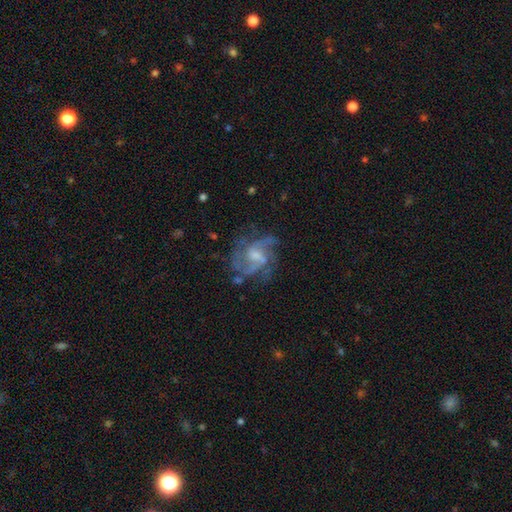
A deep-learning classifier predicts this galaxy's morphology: type=featured or disk (83%); edge-on=no (98%); bar=weak (48%); spiral arms=yes (93%); winding=medium (52%); arm count=3 (32%); bulge=moderate (42%); merging=none (62%).